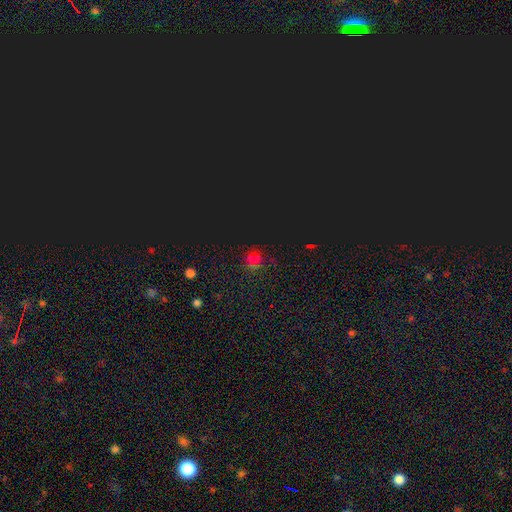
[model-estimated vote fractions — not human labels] Q: Smooth or featured?
A: star or artifact (57%); runner-up: smooth (33%)